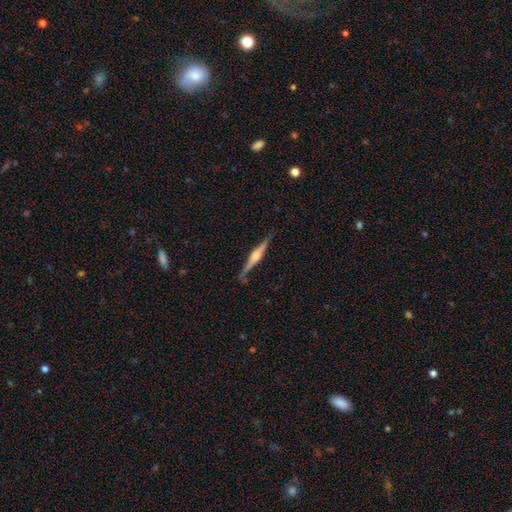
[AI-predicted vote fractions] smooth_or_featured: featured or disk (p=0.73) [alt: smooth p=0.21]
disk_edge_on: yes (p=0.98) [alt: no p=0.02]
edge_on_bulge: rounded (p=0.73) [alt: boxy p=0.21]
merging: none (p=0.83) [alt: minor disturbance p=0.12]